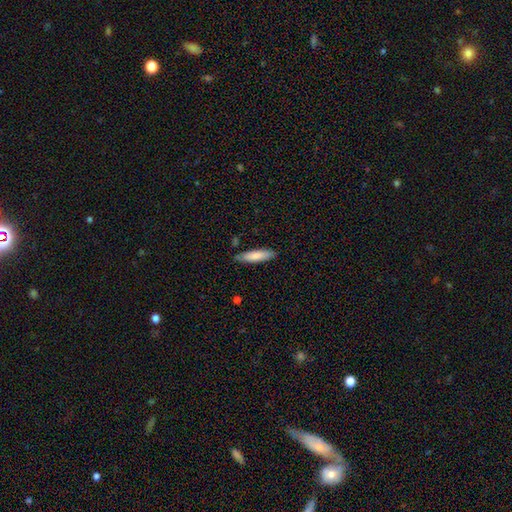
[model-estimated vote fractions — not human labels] Overall: smooth (81%). How rounded: cigar-shaped (66%; in between 33%). Merging: none (82%).